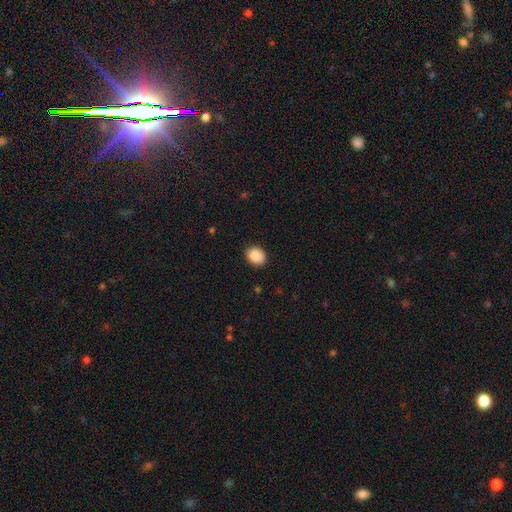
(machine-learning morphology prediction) smooth-or-featured: smooth: 90% | star or artifact: 8% | featured or disk: 3%
  how-rounded: in between: 52% | round: 47% | cigar-shaped: 1%
  merging: none: 89% | minor disturbance: 8% | major disturbance: 2% | merger: 1%